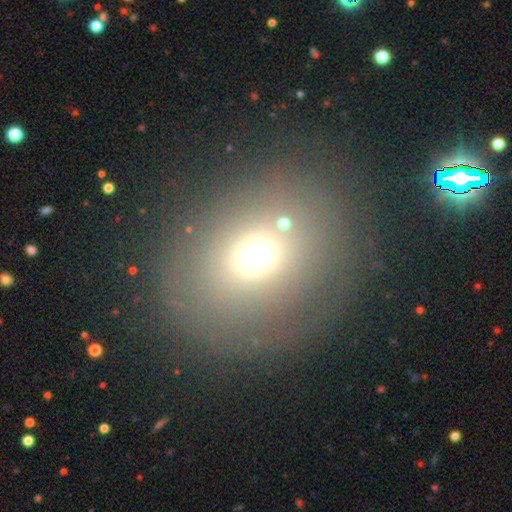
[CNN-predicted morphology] This is likely a smooth galaxy (66%). How rounded: possibly round (51%). Merging: likely none (75%).